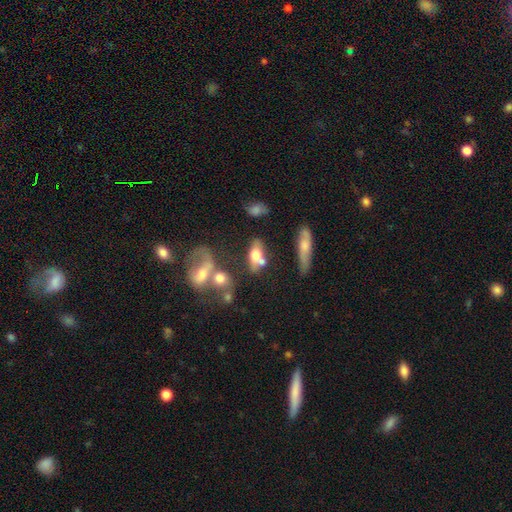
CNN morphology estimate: Q: Smooth or featured?
A: smooth (56%); runner-up: featured or disk (33%)
Q: How rounded?
A: in between (70%); runner-up: cigar-shaped (18%)
Q: Merging?
A: none (38%); runner-up: merger (35%)